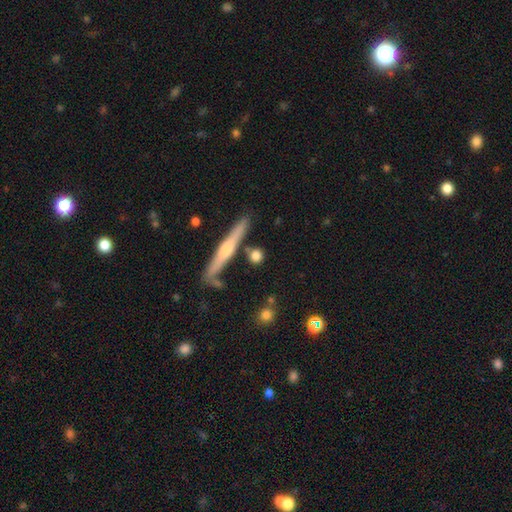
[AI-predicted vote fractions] Smooth or featured: smooth — 72% (featured or disk — 19%)
How rounded: round — 67% (cigar-shaped — 18%)
Merging: none — 76% (minor disturbance — 11%)